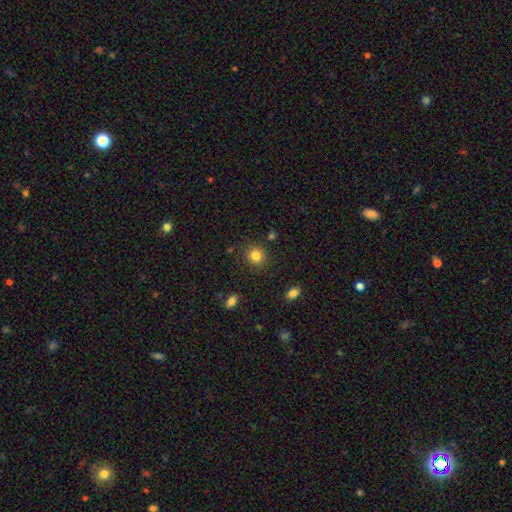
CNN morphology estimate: smooth_or_featured: smooth (p=0.83) [alt: star or artifact p=0.11]
how_rounded: round (p=0.87) [alt: in between p=0.12]
merging: none (p=0.87) [alt: minor disturbance p=0.08]